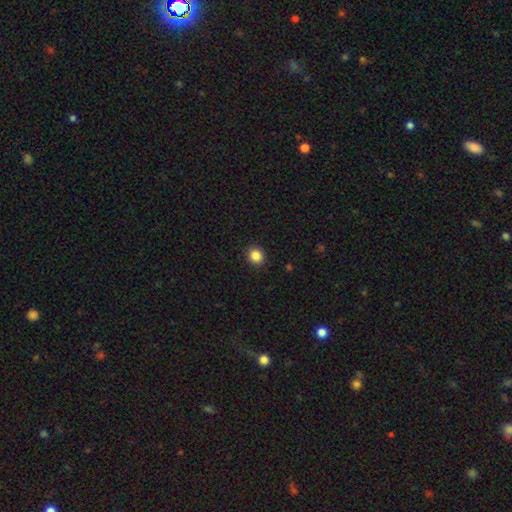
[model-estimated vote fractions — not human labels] Overall: smooth (86%). How rounded: round (83%). Merging: none (91%).